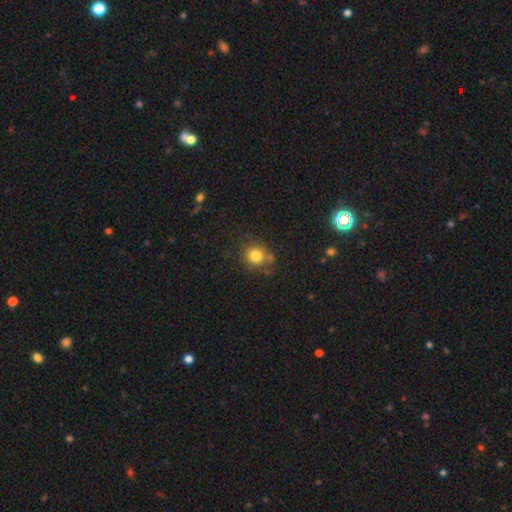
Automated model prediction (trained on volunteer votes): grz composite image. It shows a smooth galaxy with no disk features (81%) that is round (82%). Merging: none (73%).